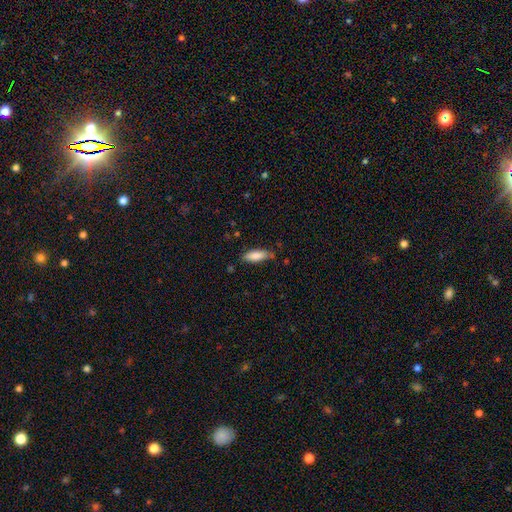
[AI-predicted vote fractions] smooth 83%, featured or disk 11%, star or artifact 6%. Down the decision tree: how rounded — in between (64%); merging — none (73%).